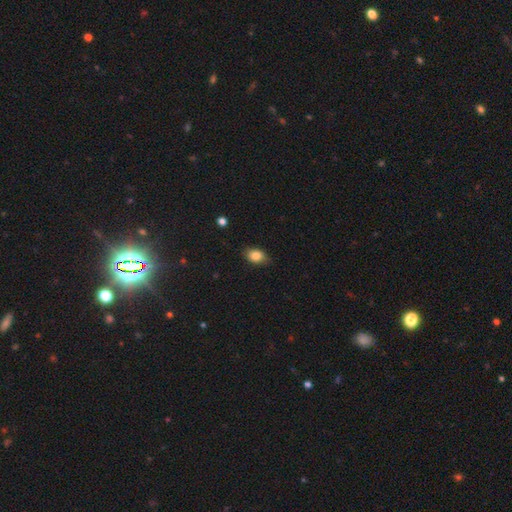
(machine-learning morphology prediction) type=smooth (84%); roundness=in between (81%); merging=none (81%).